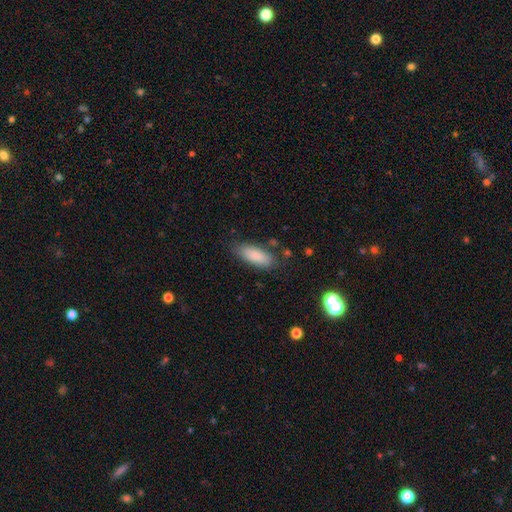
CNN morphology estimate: type=smooth (84%); roundness=in between (75%); merging=none (75%).